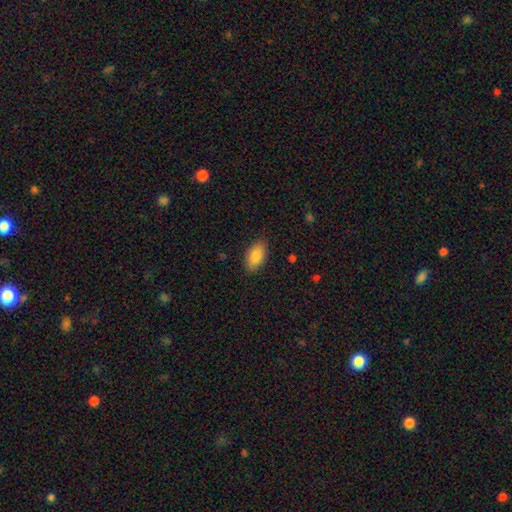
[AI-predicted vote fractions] smooth_or_featured: smooth (p=0.85) [alt: featured or disk p=0.08]
how_rounded: in between (p=0.93) [alt: round p=0.04]
merging: none (p=0.86) [alt: minor disturbance p=0.10]